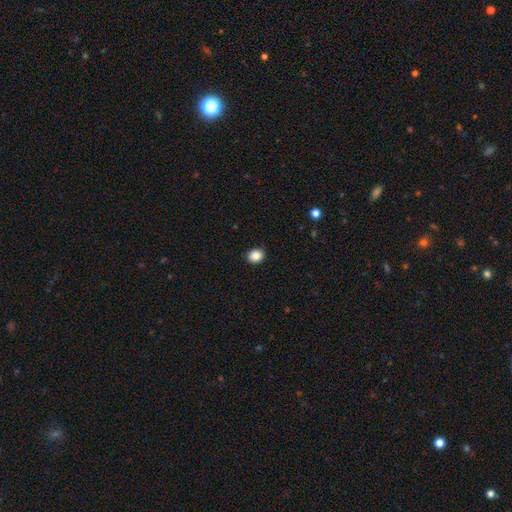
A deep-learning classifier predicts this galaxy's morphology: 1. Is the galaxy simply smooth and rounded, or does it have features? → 85% smooth, 10% star or artifact, 5% featured or disk.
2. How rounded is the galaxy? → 70% round, 29% in between, 1% cigar-shaped.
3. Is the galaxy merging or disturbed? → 91% none, 7% minor disturbance, 2% major disturbance, 1% merger.